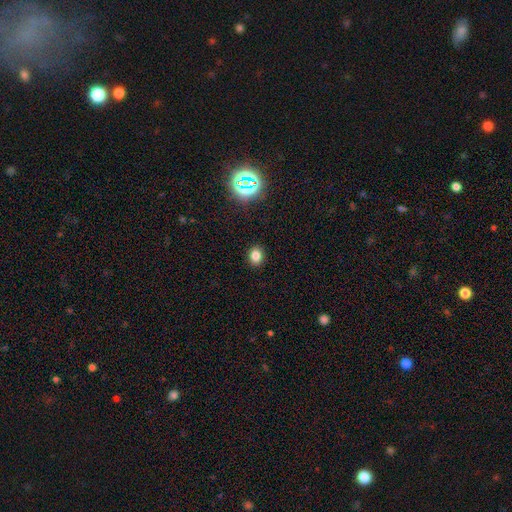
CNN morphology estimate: smooth-or-featured: smooth: 78% | star or artifact: 16% | featured or disk: 6%
  how-rounded: round: 52% | in between: 47% | cigar-shaped: 1%
  merging: none: 90% | minor disturbance: 7% | major disturbance: 2% | merger: 1%